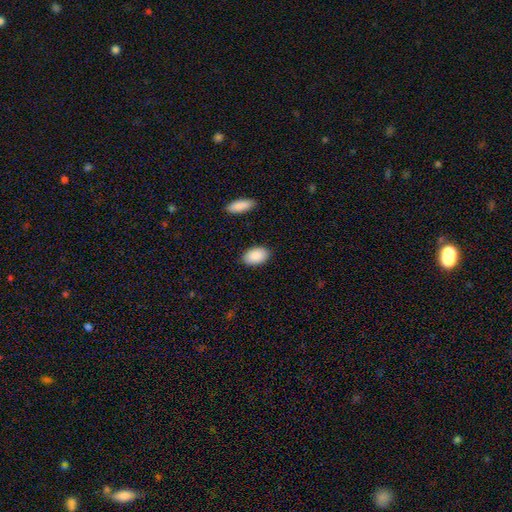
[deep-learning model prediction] This is clearly a smooth galaxy (90%). How rounded: clearly in between (93%). Merging: clearly none (88%).